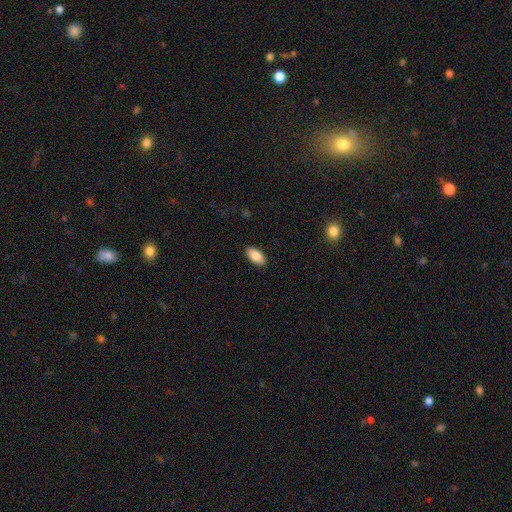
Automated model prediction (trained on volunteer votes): smooth 87%, featured or disk 7%, star or artifact 7%. Down the decision tree: how rounded — in between (92%); merging — none (90%).